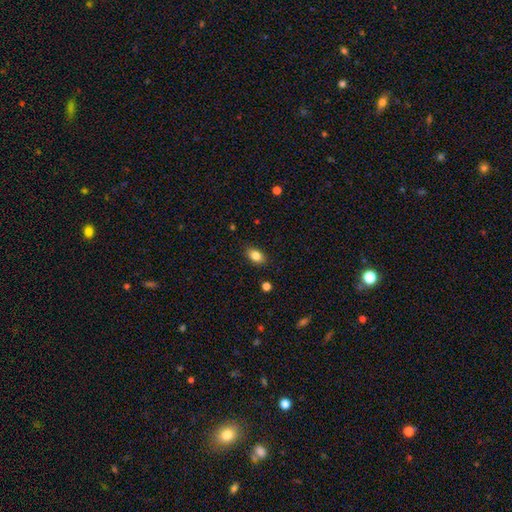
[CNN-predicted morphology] Smooth or featured?
  - smooth: 84% *
  - star or artifact: 9%
  - featured or disk: 7%
How rounded?
  - in between: 84% *
  - round: 14%
  - cigar-shaped: 2%
Merging?
  - none: 87% *
  - minor disturbance: 10%
  - major disturbance: 2%
  - merger: 1%